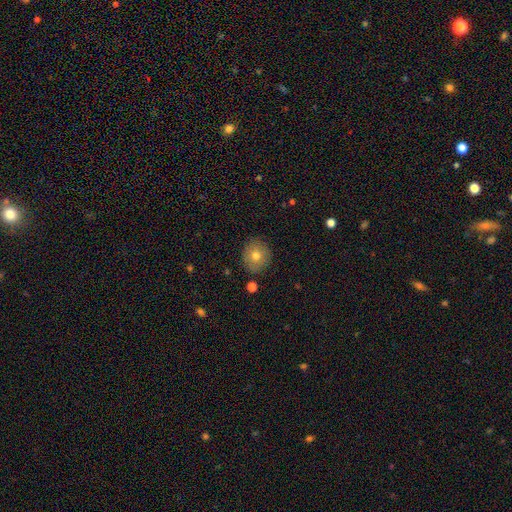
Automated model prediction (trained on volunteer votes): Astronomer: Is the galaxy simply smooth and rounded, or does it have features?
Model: smooth — 75%.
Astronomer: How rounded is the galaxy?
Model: round — 84%.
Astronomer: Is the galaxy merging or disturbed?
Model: none — 87%.